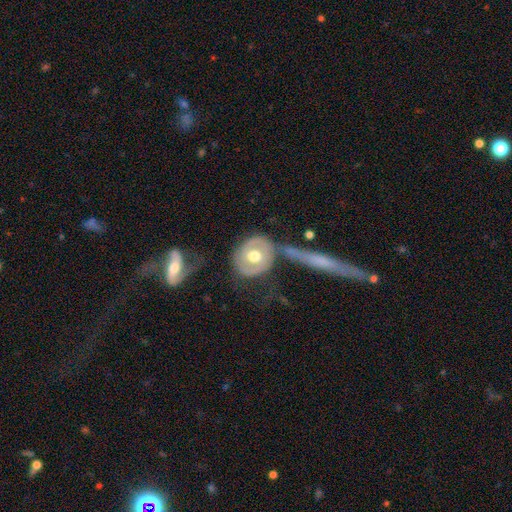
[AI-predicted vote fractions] Smooth or featured? Predicted: featured or disk (p=0.56). Edge-on disk? Predicted: no (p=0.81). Merging? Predicted: none (p=0.59).